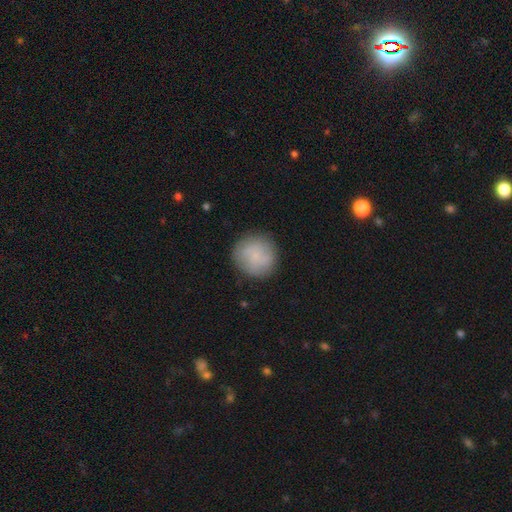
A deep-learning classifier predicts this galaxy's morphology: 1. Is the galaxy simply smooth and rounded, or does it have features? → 71% smooth, 21% featured or disk, 8% star or artifact.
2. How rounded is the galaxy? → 93% round, 6% in between, 1% cigar-shaped.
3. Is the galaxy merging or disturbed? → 83% none, 12% minor disturbance, 4% major disturbance, 1% merger.